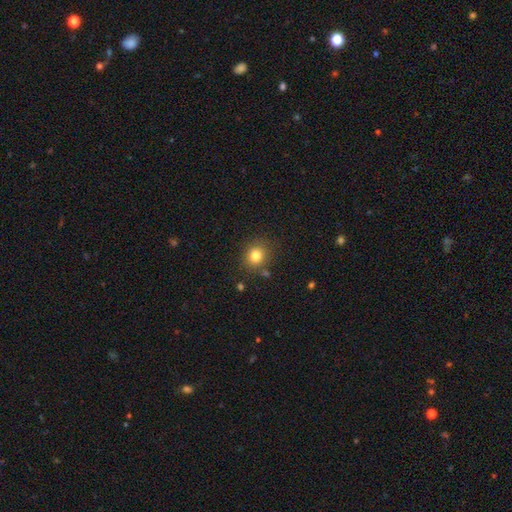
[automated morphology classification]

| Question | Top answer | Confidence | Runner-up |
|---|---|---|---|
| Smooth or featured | smooth | 81% | star or artifact (12%) |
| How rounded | round | 75% | in between (24%) |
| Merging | none | 82% | minor disturbance (11%) |